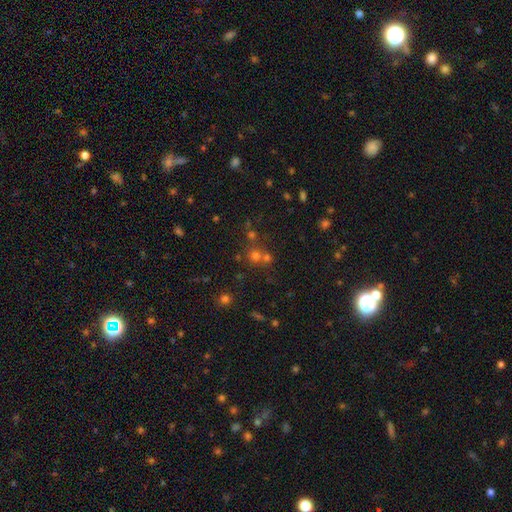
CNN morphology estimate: Smooth or featured: smooth — 62% (star or artifact — 27%)
How rounded: round — 88% (in between — 11%)
Merging: none — 55% (merger — 34%)